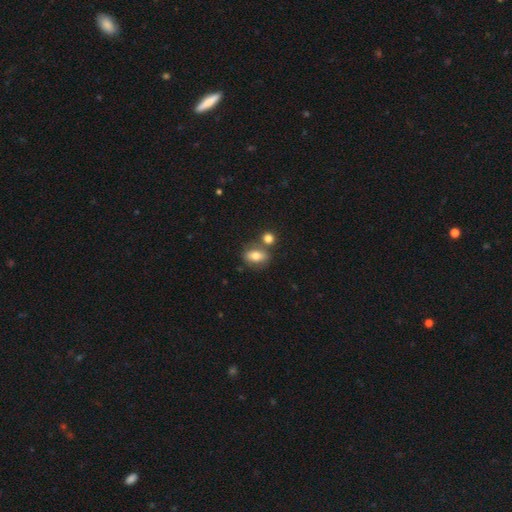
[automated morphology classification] Smooth or featured: smooth — 72% (featured or disk — 19%)
How rounded: in between — 75% (round — 21%)
Merging: none — 62% (merger — 22%)